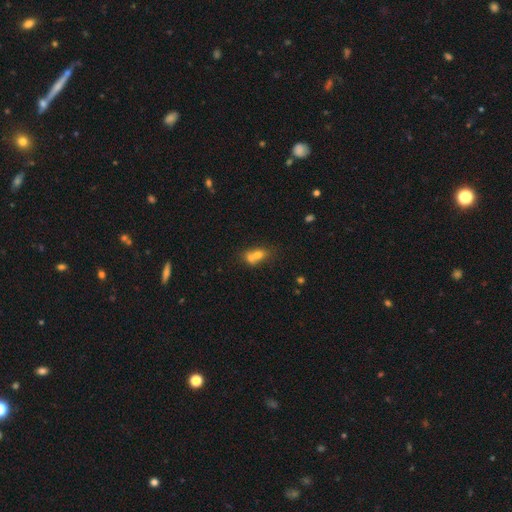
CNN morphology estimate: Smooth or featured: smooth — 66% (featured or disk — 22%)
How rounded: in between — 49% (round — 48%)
Merging: merger — 67% (none — 23%)